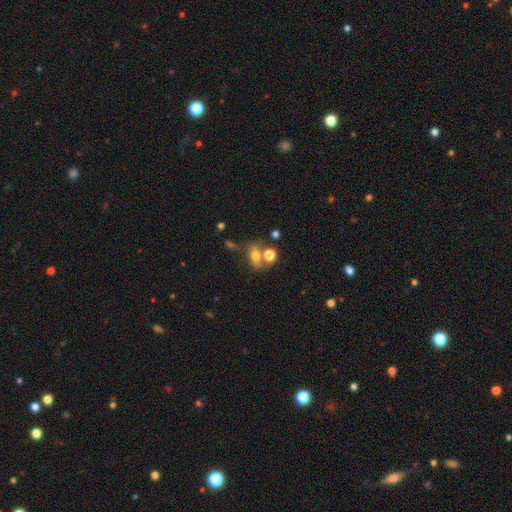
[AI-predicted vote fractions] A smooth galaxy with no disk features (60%) that is in between round and cigar-shaped (63%). Merging: none (42%).